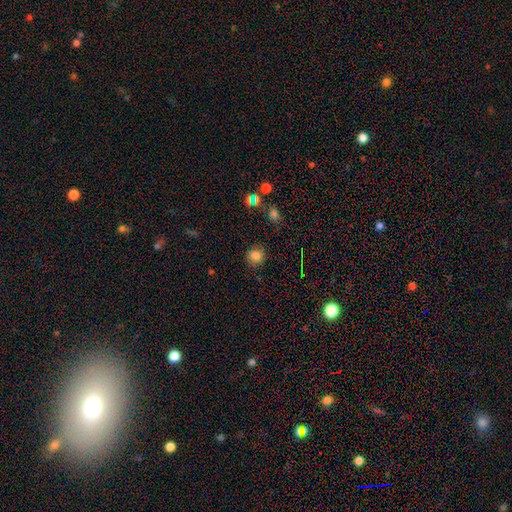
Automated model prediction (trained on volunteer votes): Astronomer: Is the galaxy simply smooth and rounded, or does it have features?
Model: smooth — 80%.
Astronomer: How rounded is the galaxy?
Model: round — 89%.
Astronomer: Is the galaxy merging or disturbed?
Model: none — 86%.